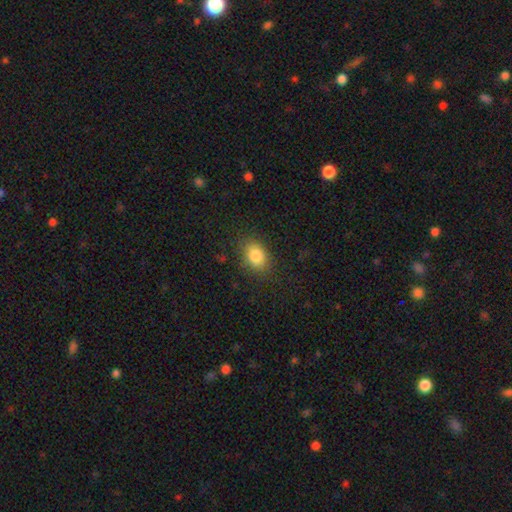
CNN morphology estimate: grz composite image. It shows a smooth galaxy with no disk features (84%) that is in between round and cigar-shaped (75%). Merging: none (83%).